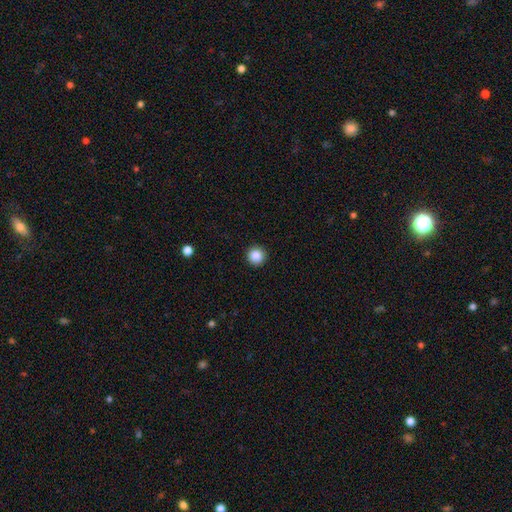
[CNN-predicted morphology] smooth 86%, star or artifact 10%, featured or disk 4%. Down the decision tree: how rounded — round (96%); merging — none (93%).